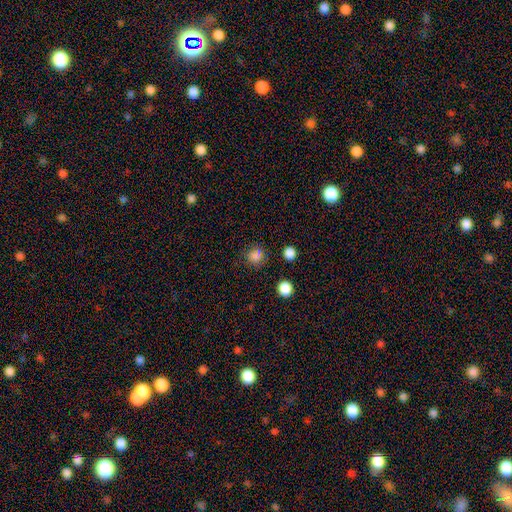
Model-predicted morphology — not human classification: smooth_or_featured: smooth (p=0.78) [alt: star or artifact p=0.17]
how_rounded: round (p=0.84) [alt: in between p=0.15]
merging: none (p=0.77) [alt: minor disturbance p=0.14]